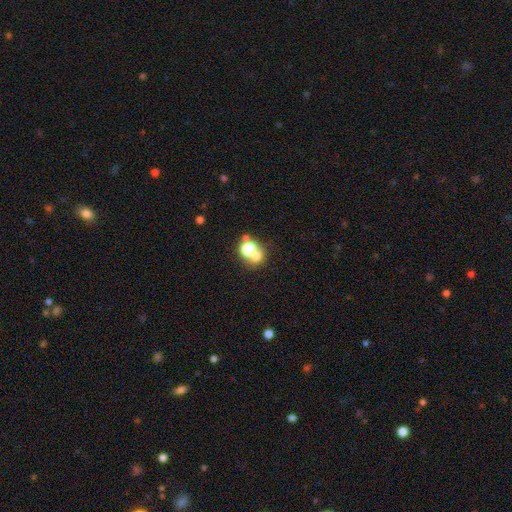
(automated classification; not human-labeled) smooth 60%, star or artifact 23%, featured or disk 17%. Down the decision tree: how rounded — round (72%); merging — merger (47%).